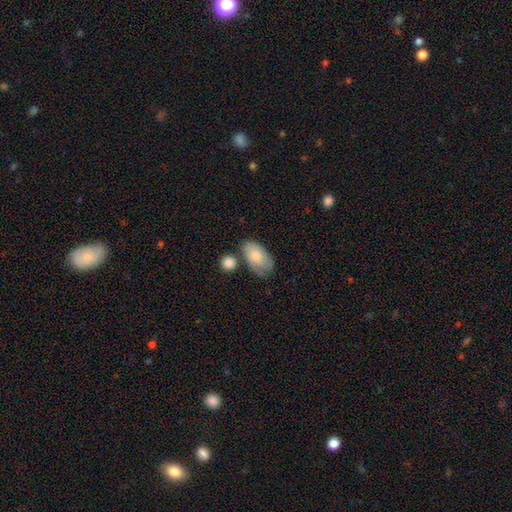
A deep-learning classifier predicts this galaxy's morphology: smooth 76%, featured or disk 18%, star or artifact 6%. Down the decision tree: how rounded — in between (93%); merging — none (57%).